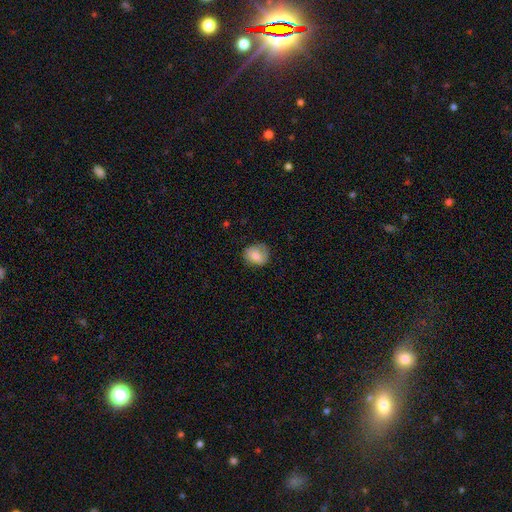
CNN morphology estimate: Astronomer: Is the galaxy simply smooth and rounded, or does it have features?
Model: smooth — 75%.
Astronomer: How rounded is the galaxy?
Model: round — 65%.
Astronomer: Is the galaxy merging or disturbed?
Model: none — 69%.